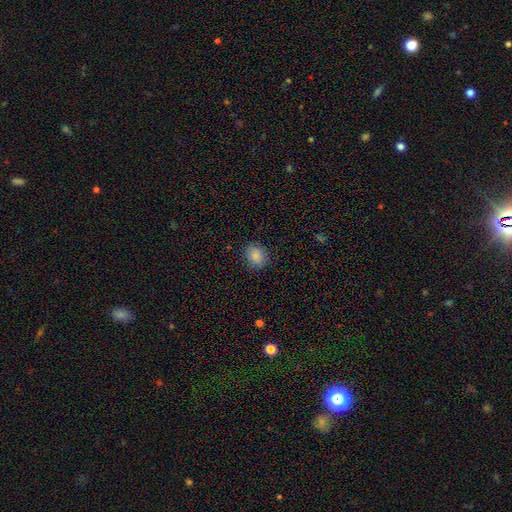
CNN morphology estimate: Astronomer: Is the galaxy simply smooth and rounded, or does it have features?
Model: smooth — 86%.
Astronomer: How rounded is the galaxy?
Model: round — 68%.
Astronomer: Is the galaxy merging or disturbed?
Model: none — 88%.